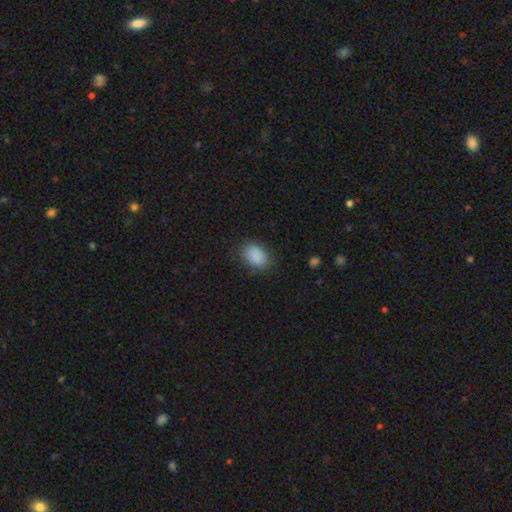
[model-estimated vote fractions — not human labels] A smooth galaxy with no disk features (89%) that is in between round and cigar-shaped (79%).

Vote fractions:
- Smooth or featured? smooth: 89% / star or artifact: 8% / featured or disk: 3%
- How rounded? in between: 79% / round: 20% / cigar-shaped: 1%
- Merging? none: 83% / minor disturbance: 13% / major disturbance: 4% / merger: 1%